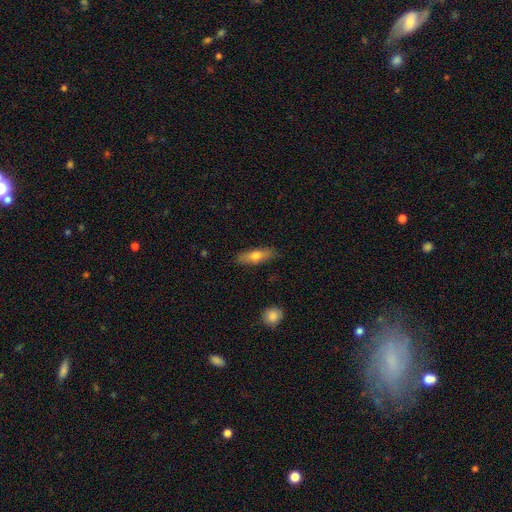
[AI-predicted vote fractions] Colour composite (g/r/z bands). It shows a smooth galaxy with no disk features (67%) that is cigar-shaped (49%). Merging: none (86%).